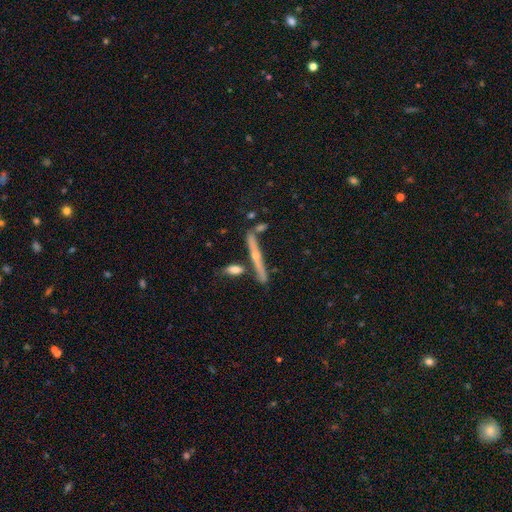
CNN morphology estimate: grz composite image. It shows a featured or disk galaxy (74%) viewed edge-on (96%) with a rounded central bulge (81%). Merging: none (72%).